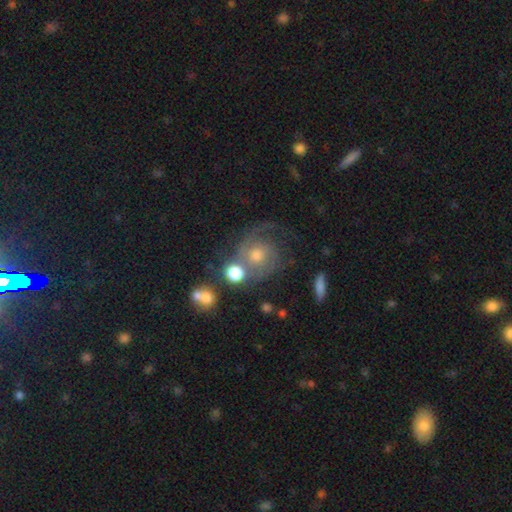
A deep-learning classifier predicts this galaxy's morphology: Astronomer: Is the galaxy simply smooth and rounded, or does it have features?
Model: featured or disk — 70%.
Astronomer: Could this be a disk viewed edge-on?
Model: no — 97%.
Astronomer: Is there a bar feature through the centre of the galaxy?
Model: no — 76%.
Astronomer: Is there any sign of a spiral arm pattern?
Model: yes — 91%.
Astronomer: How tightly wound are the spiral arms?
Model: tight — 43% (runner-up: medium, 40%).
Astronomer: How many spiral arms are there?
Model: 2 — 55%.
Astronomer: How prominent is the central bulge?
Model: moderate — 58%.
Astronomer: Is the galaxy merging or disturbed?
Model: none — 53%.